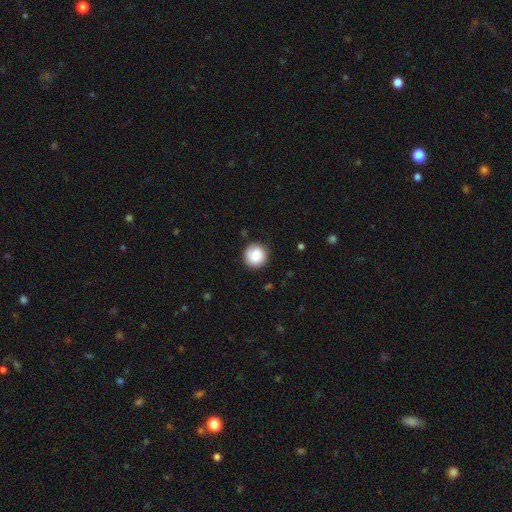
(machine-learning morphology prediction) This appears to be a smooth galaxy with no disk features (81%) that is round (93%). Merging: none (84%).